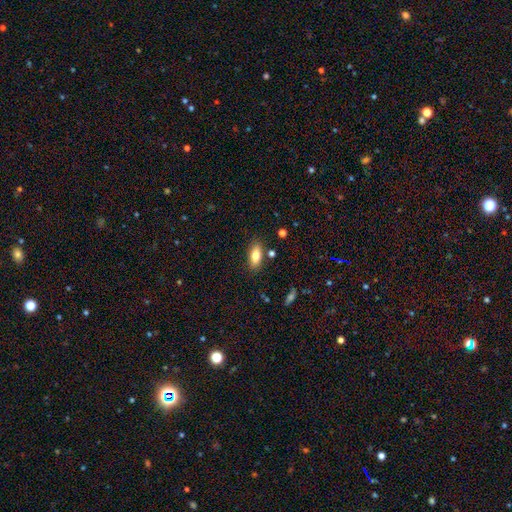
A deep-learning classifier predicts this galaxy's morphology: smooth_or_featured: smooth (p=0.80) [alt: featured or disk p=0.12]
how_rounded: in between (p=0.84) [alt: cigar-shaped p=0.13]
merging: none (p=0.83) [alt: minor disturbance p=0.11]